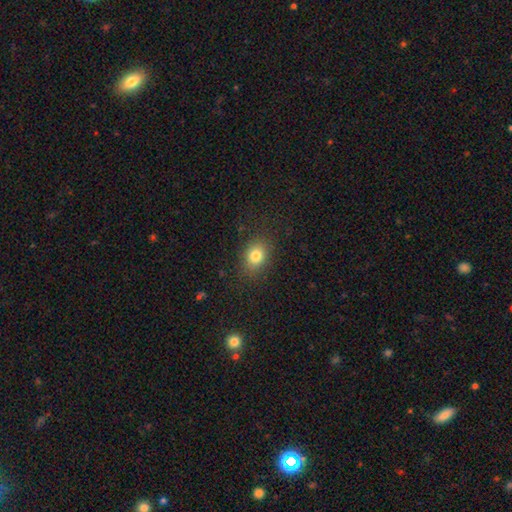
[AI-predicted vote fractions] Smooth or featured: smooth — 80% (star or artifact — 11%)
How rounded: in between — 56% (round — 43%)
Merging: none — 84% (minor disturbance — 11%)